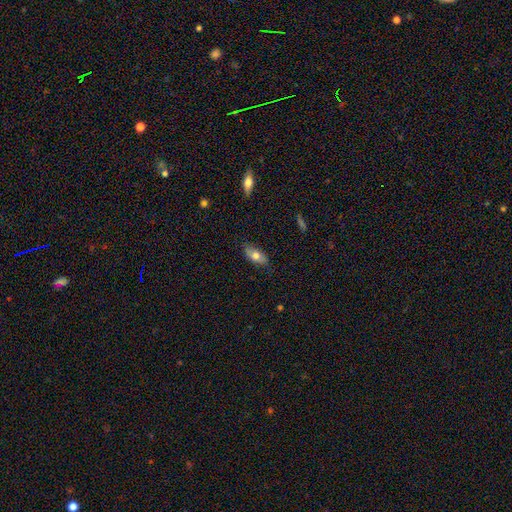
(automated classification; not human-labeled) smooth_or_featured: smooth (p=0.70) [alt: featured or disk p=0.23]
how_rounded: in between (p=0.83) [alt: cigar-shaped p=0.13]
merging: none (p=0.82) [alt: minor disturbance p=0.14]